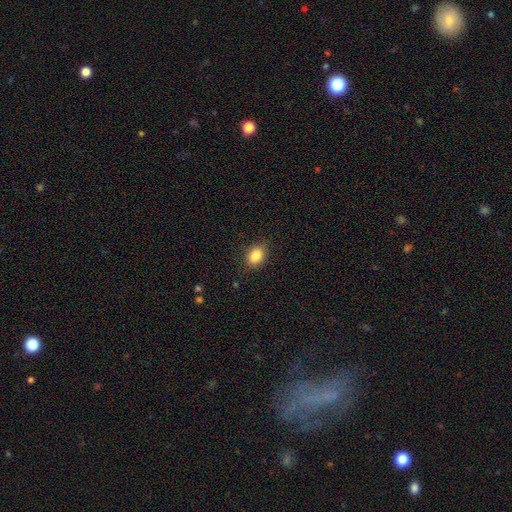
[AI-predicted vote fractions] The model was most divided on "how rounded": in between: 74%, round: 25%, cigar-shaped: 1%. More confident: smooth or featured — smooth (86%); merging — none (85%).